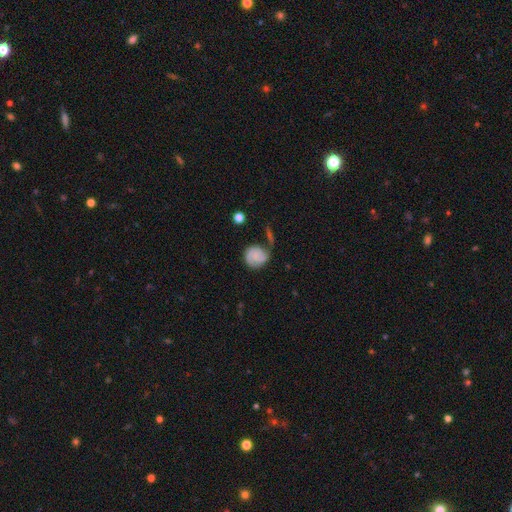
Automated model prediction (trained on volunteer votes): Morphology: type=featured or disk (46%); merging=none (49%).